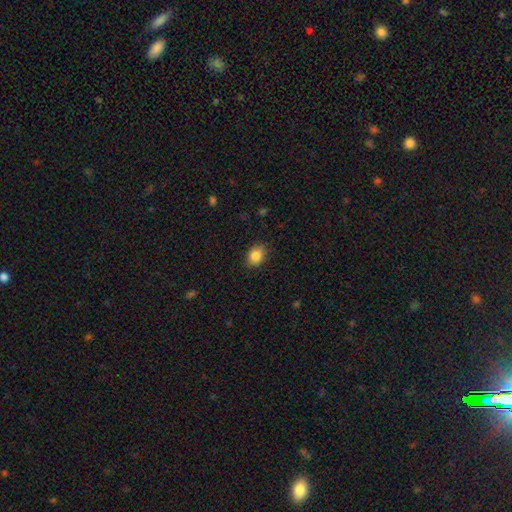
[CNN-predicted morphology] smooth 86%, star or artifact 9%, featured or disk 5%. Down the decision tree: how rounded — in between (65%); merging — none (86%).